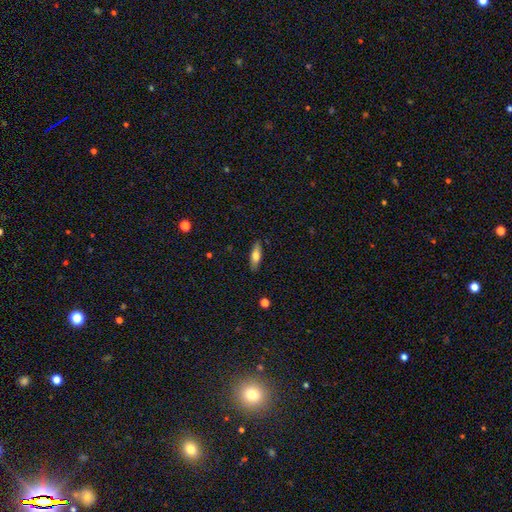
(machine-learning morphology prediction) A smooth galaxy with no disk features (69%) that is in between round and cigar-shaped (54%). Merging: none (86%).